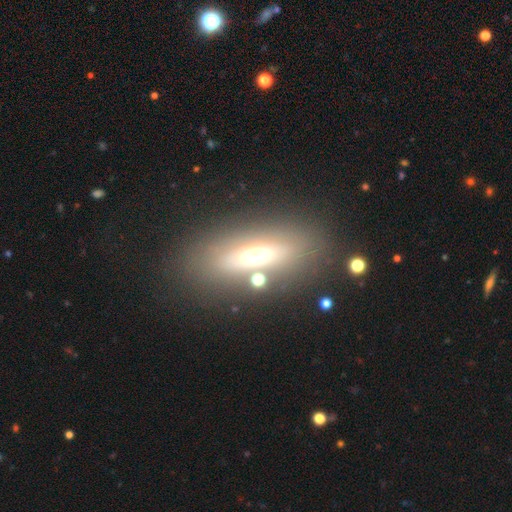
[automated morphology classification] A smooth galaxy with no disk features (47%).

Vote fractions:
- Smooth or featured? smooth: 47% / featured or disk: 41% / star or artifact: 13%
- Merging? none: 78% / minor disturbance: 11% / major disturbance: 6% / merger: 5%